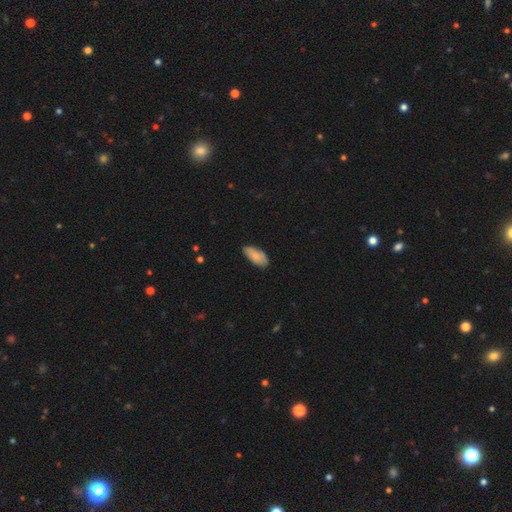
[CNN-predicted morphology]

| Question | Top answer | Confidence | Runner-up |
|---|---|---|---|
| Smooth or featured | smooth | 83% | featured or disk (11%) |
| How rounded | in between | 90% | cigar-shaped (8%) |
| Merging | none | 74% | minor disturbance (22%) |